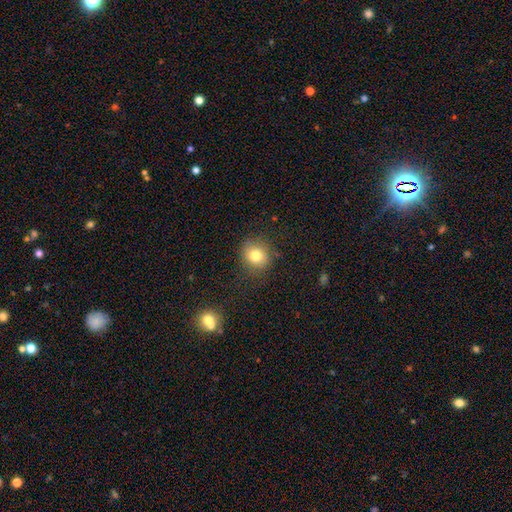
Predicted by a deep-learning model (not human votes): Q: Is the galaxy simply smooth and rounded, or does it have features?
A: smooth — 78%.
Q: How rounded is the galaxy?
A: round — 79%.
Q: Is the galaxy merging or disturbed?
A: none — 81%.